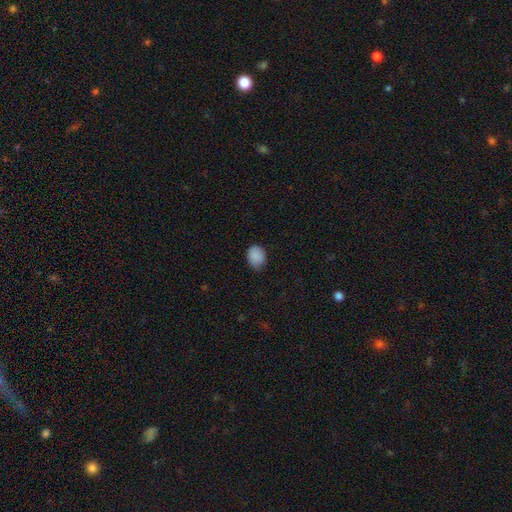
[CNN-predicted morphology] smooth_or_featured: smooth (p=0.87) [alt: star or artifact p=0.09]
how_rounded: in between (p=0.51) [alt: round p=0.49]
merging: none (p=0.73) [alt: minor disturbance p=0.23]